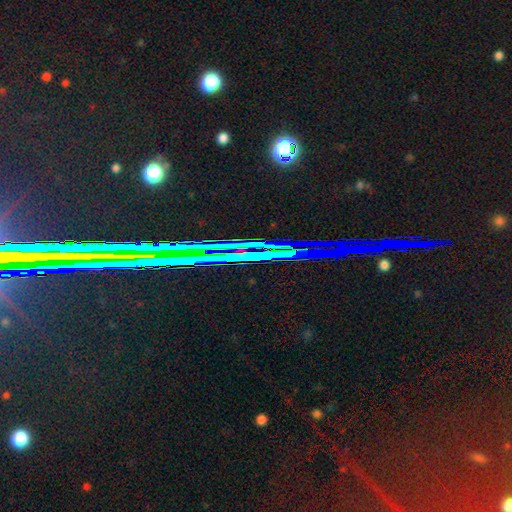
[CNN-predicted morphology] A star or artifact, not a galaxy (80%).

Vote fractions:
- Smooth or featured? star or artifact: 80% / featured or disk: 12% / smooth: 8%